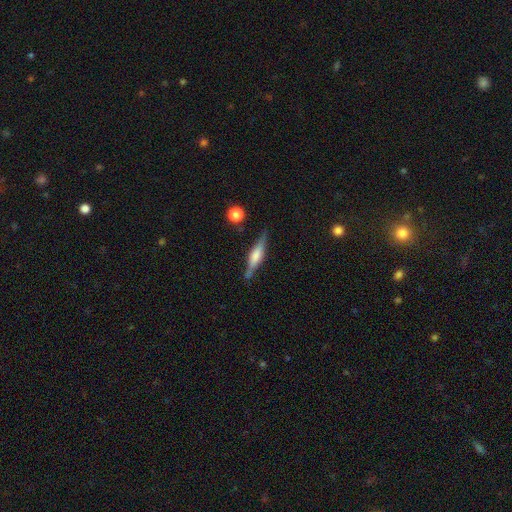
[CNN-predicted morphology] A featured or disk galaxy (64%) viewed edge-on (96%) with a rounded central bulge (60%).

Vote fractions:
- Smooth or featured? featured or disk: 64% / smooth: 30% / star or artifact: 7%
- Edge-on disk? yes: 96% / no: 4%
- Edge-on bulge? rounded: 60% / boxy: 34% / none: 6%
- Merging? none: 81% / minor disturbance: 13% / major disturbance: 3% / merger: 3%